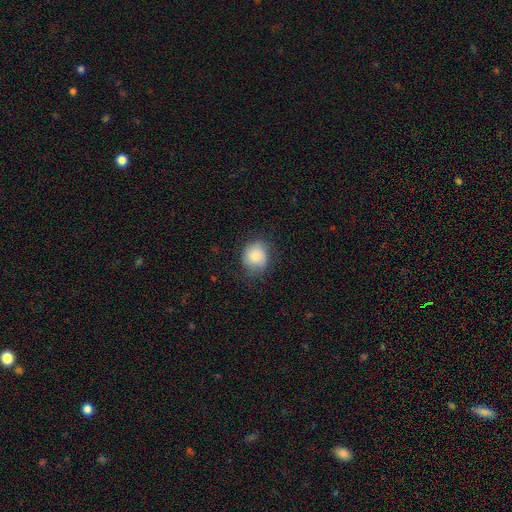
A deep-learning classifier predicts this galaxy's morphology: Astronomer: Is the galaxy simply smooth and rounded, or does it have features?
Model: smooth — 82%.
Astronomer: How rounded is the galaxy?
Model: round — 74%.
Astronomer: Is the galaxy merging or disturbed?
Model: none — 71%.